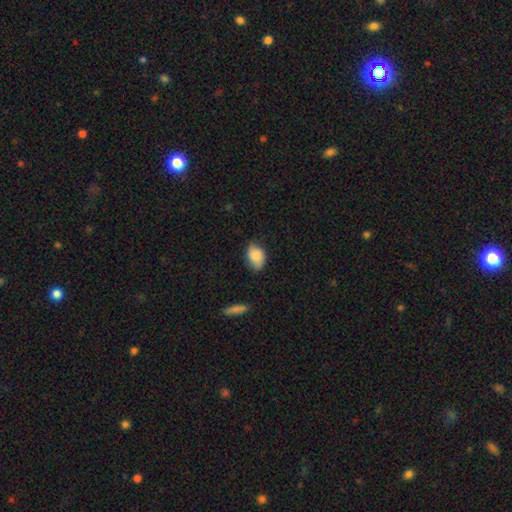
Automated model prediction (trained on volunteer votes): This is clearly a smooth galaxy (85%). How rounded: clearly in between (83%). Merging: likely none (65%).